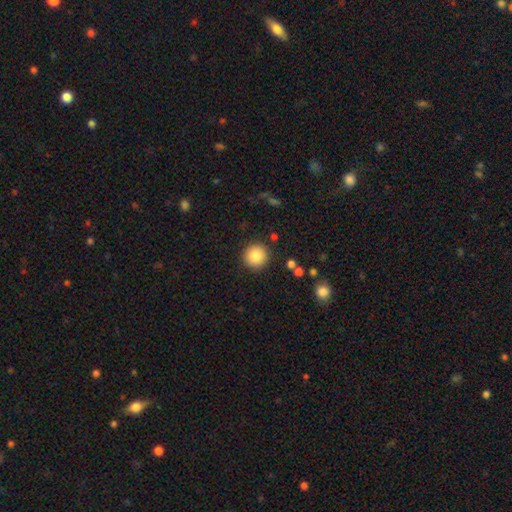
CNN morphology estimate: Q: Smooth or featured?
A: smooth (87%); runner-up: star or artifact (8%)
Q: How rounded?
A: round (94%); runner-up: in between (5%)
Q: Merging?
A: none (90%); runner-up: minor disturbance (6%)